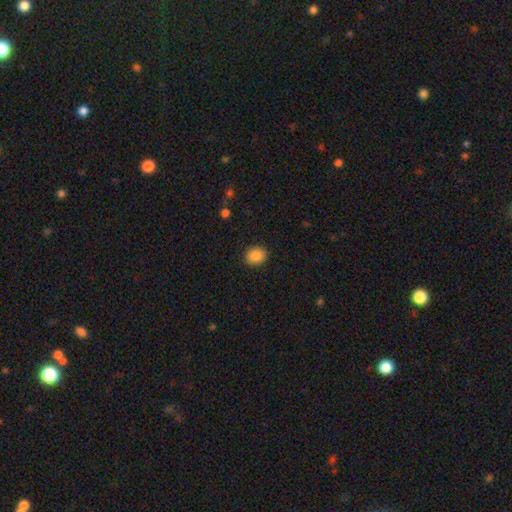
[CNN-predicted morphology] Smooth or featured? smooth (88%)
How rounded? round (55%)
Merging? none (89%)